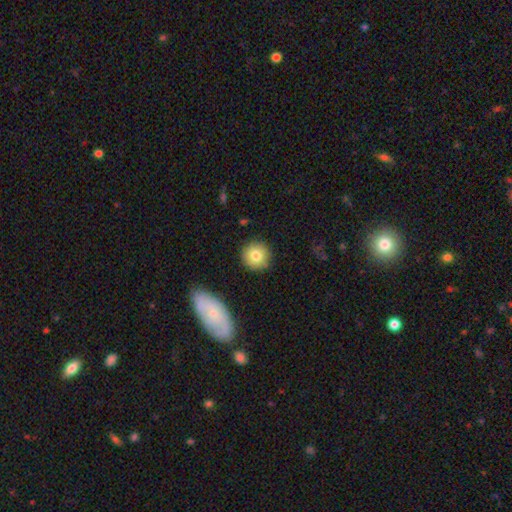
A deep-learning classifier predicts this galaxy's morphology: Overall: smooth (81%). How rounded: round (94%). Merging: none (88%).